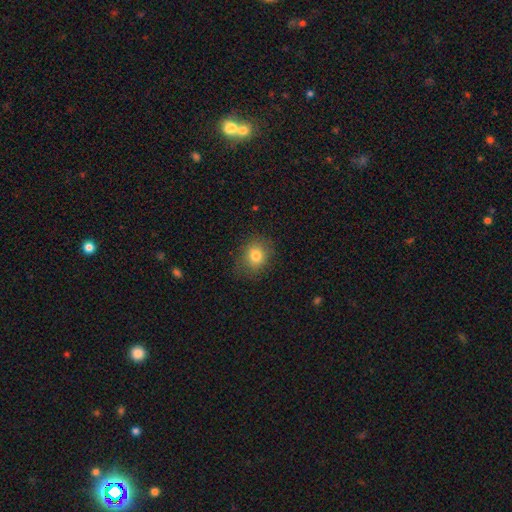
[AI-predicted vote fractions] This is likely a smooth galaxy (80%). How rounded: likely round (65%). Merging: clearly none (81%).